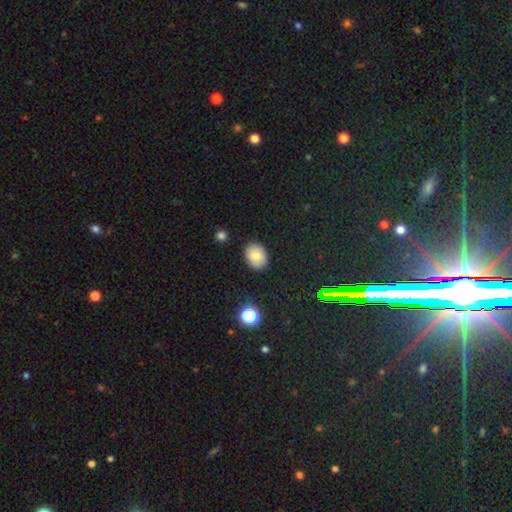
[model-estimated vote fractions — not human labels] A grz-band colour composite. It shows a smooth galaxy with no disk features (79%) that is in between round and cigar-shaped (62%). Merging: none (88%).